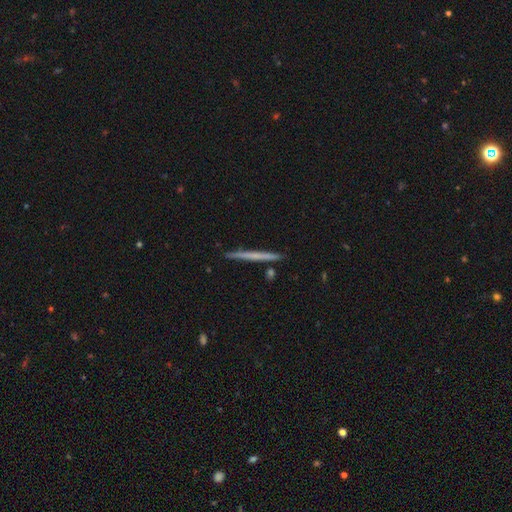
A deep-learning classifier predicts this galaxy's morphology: Smooth or featured? featured or disk (48%)
Merging? none (91%)